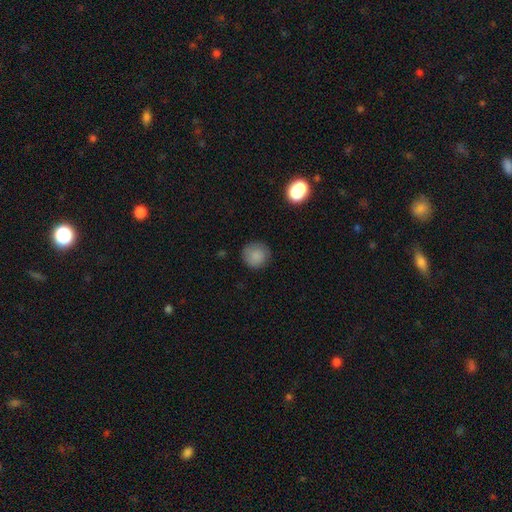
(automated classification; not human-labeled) Smooth or featured? Predicted: smooth (p=0.85). How rounded? Predicted: round (p=0.93). Merging? Predicted: none (p=0.86).